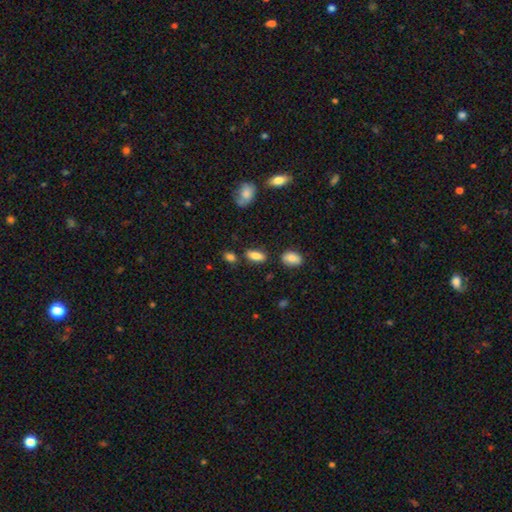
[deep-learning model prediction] Smooth or featured?
  - smooth: 80% *
  - featured or disk: 11%
  - star or artifact: 8%
How rounded?
  - in between: 80% *
  - cigar-shaped: 17%
  - round: 4%
Merging?
  - none: 80% *
  - minor disturbance: 12%
  - merger: 5%
  - major disturbance: 3%